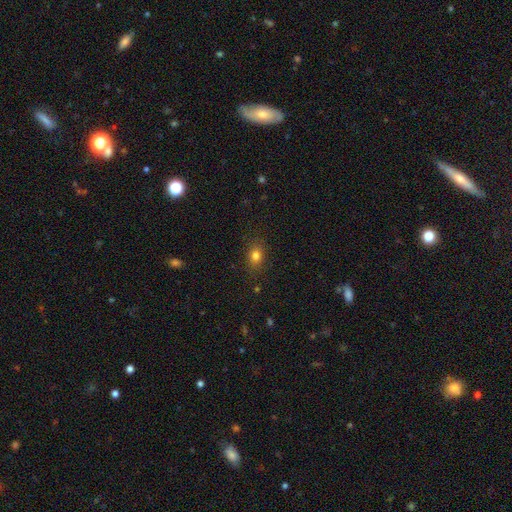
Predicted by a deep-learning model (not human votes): Morphology: type=smooth (80%); roundness=in between (60%); merging=none (85%).